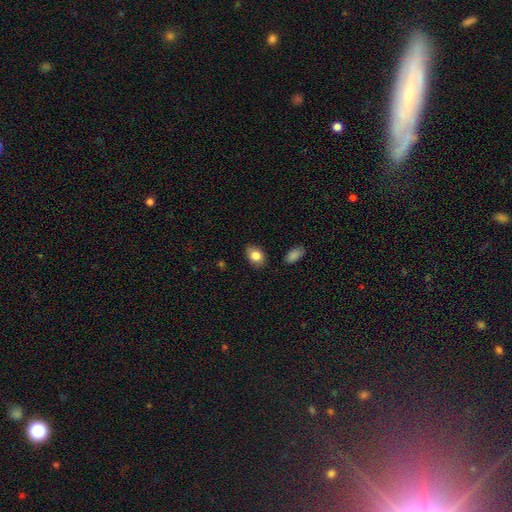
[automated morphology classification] smooth_or_featured: smooth (p=0.84) [alt: featured or disk p=0.08]
how_rounded: in between (p=0.76) [alt: round p=0.22]
merging: none (p=0.83) [alt: minor disturbance p=0.12]